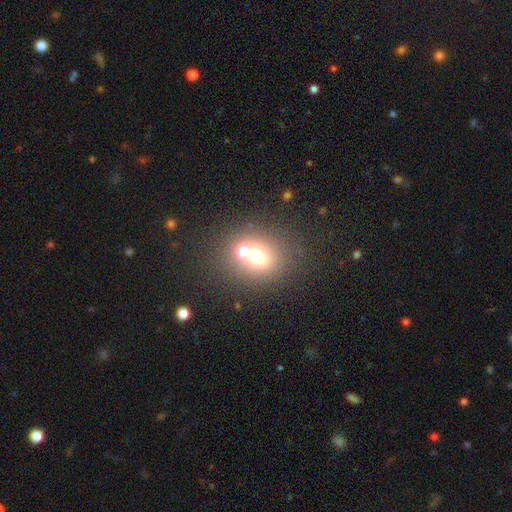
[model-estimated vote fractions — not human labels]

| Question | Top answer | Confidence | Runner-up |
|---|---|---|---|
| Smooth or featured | smooth | 61% | star or artifact (21%) |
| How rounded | round | 74% | in between (25%) |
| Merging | none | 49% | merger (38%) |